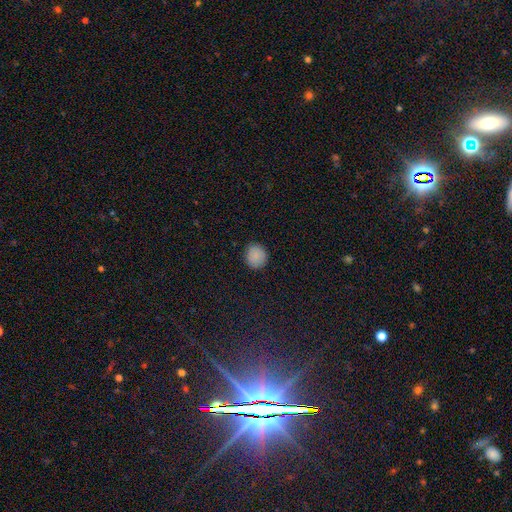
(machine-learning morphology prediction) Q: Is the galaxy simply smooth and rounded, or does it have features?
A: smooth — 87%.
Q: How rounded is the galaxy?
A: round — 85%.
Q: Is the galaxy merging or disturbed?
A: none — 89%.